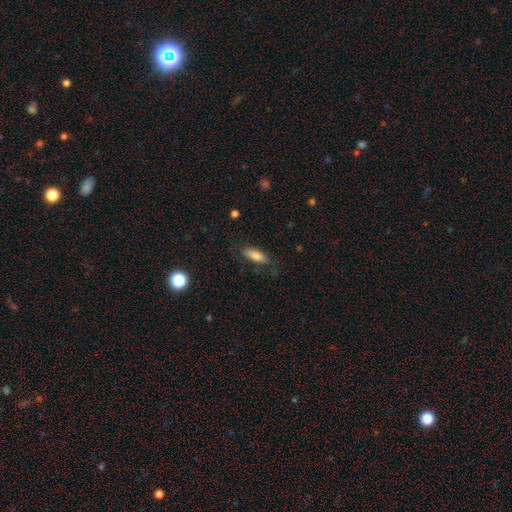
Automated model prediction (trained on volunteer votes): Q: Smooth or featured?
A: smooth (81%); runner-up: featured or disk (12%)
Q: How rounded?
A: in between (71%); runner-up: cigar-shaped (26%)
Q: Merging?
A: none (76%); runner-up: minor disturbance (16%)